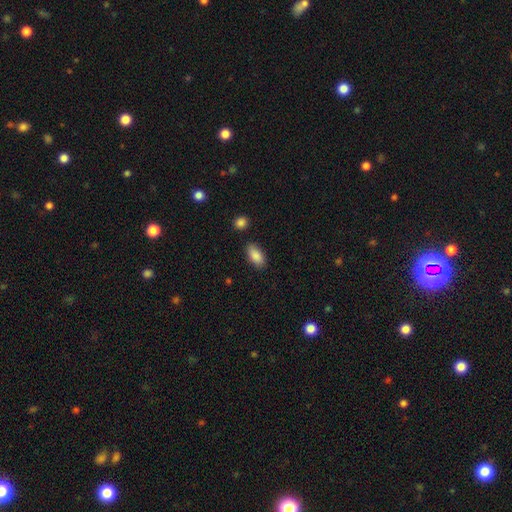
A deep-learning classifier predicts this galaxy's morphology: This appears to be a smooth galaxy with no disk features (88%) that is in between round and cigar-shaped (92%). Merging: none (85%).